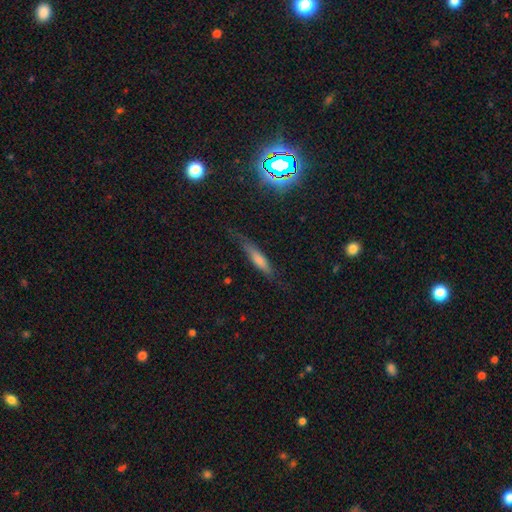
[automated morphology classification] A smooth galaxy with no disk features (43%).

Vote fractions:
- Smooth or featured? smooth: 43% / featured or disk: 40% / star or artifact: 17%
- Merging? none: 73% / minor disturbance: 19% / major disturbance: 6% / merger: 2%